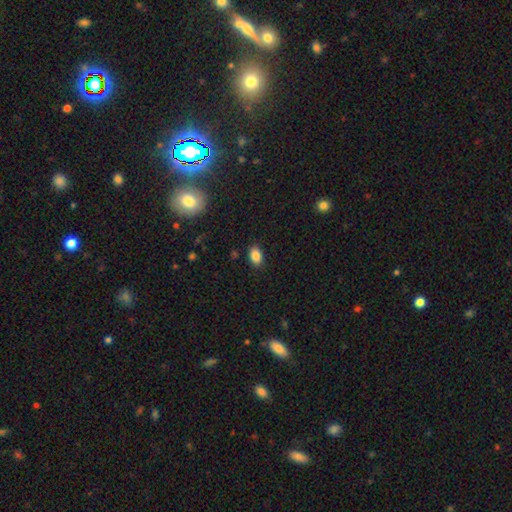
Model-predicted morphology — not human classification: Overall: smooth (86%). How rounded: in between (85%). Merging: none (87%).